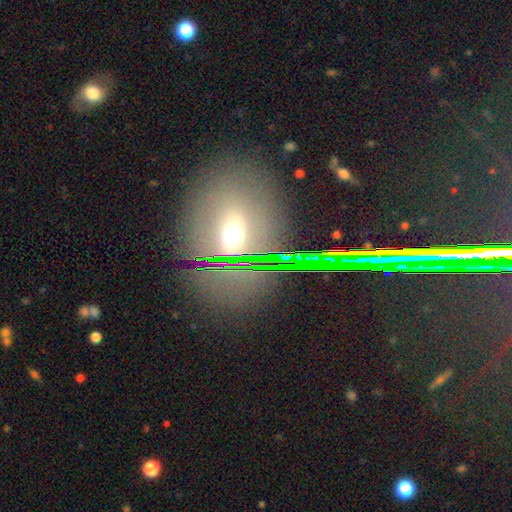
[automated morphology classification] Q: Smooth or featured?
A: smooth (36%); runner-up: star or artifact (33%)
Q: Merging?
A: none (78%); runner-up: minor disturbance (12%)